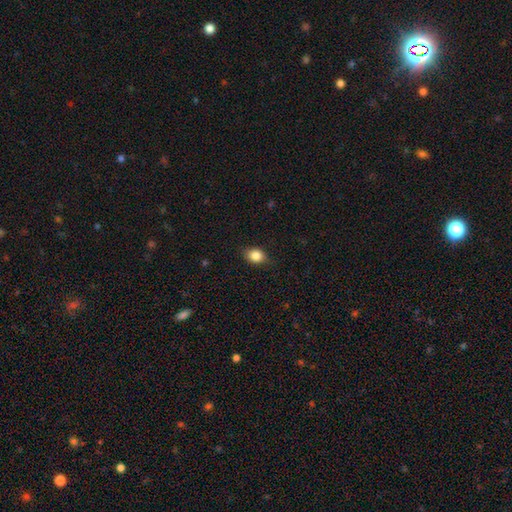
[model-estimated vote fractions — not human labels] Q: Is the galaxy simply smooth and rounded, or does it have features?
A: smooth — 84%.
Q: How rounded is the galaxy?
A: in between — 65%.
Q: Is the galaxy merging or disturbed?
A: none — 82%.